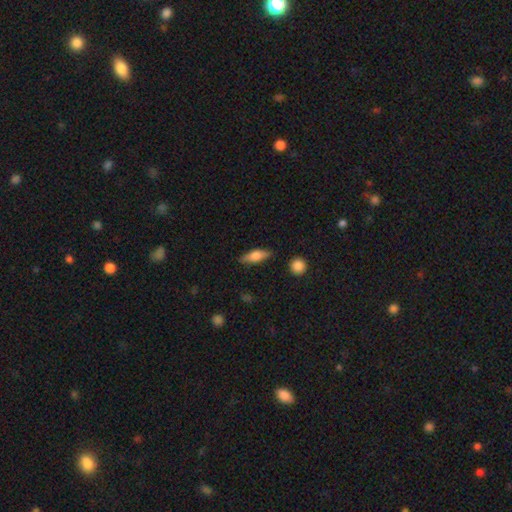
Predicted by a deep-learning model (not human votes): This appears to be a smooth galaxy with no disk features (58%) that is in between round and cigar-shaped (51%). Merging: none (84%).